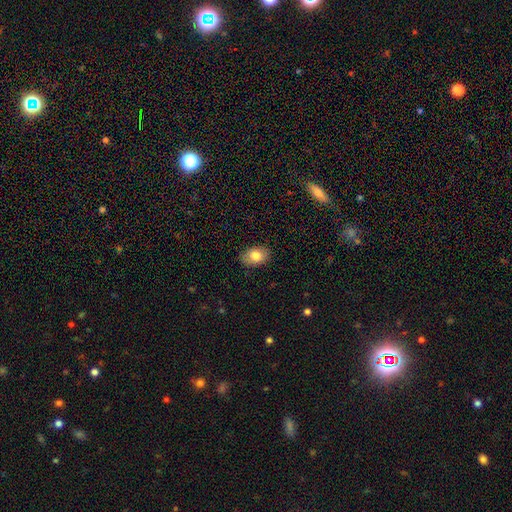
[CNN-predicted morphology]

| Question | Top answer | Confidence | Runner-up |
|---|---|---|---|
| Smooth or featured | smooth | 83% | featured or disk (10%) |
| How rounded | in between | 83% | round (16%) |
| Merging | none | 86% | minor disturbance (11%) |